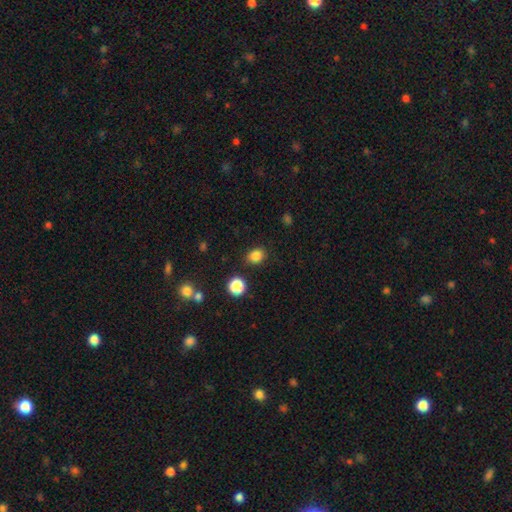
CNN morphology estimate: Smooth or featured: smooth — 83% (star or artifact — 12%)
How rounded: round — 61% (in between — 38%)
Merging: none — 85% (minor disturbance — 9%)